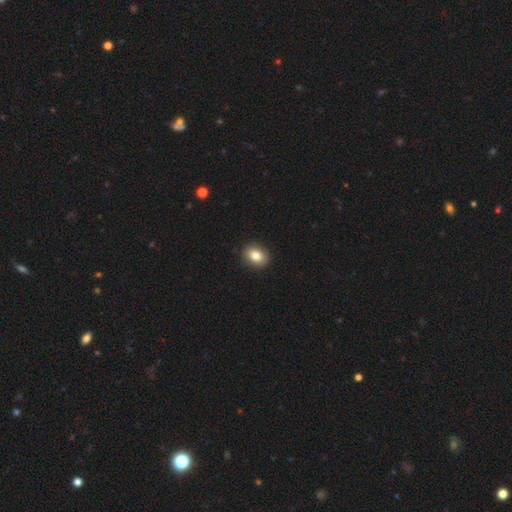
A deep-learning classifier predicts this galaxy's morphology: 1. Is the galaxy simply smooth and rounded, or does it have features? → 82% smooth, 9% star or artifact, 9% featured or disk.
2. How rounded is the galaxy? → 58% in between, 41% round, 1% cigar-shaped.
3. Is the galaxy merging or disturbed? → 91% none, 6% minor disturbance, 2% major disturbance, 1% merger.